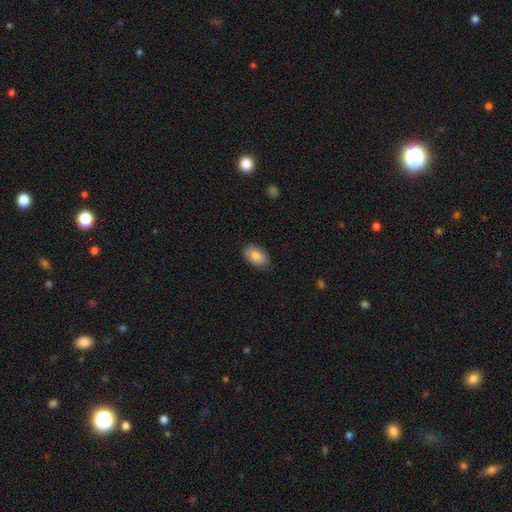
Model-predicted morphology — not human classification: Smooth or featured? smooth (82%)
How rounded? in between (93%)
Merging? none (80%)